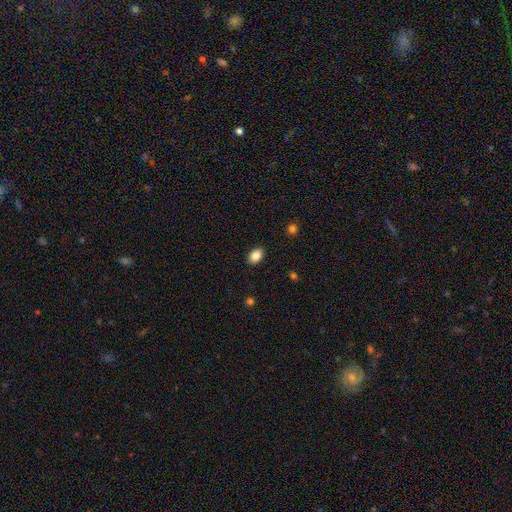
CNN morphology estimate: smooth 87%, star or artifact 8%, featured or disk 4%. Down the decision tree: how rounded — in between (83%); merging — none (89%).